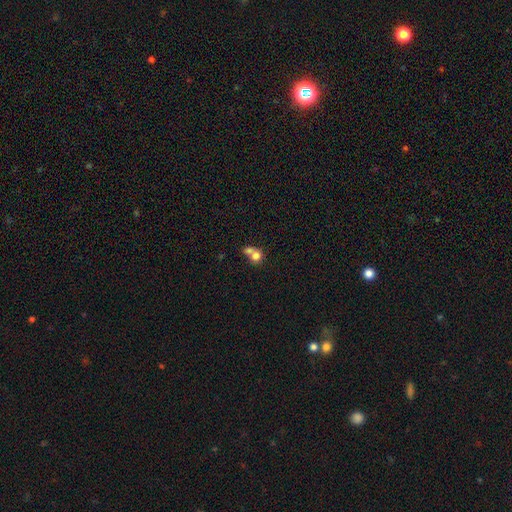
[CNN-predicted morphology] This is likely a smooth galaxy (75%). How rounded: likely round (75%). Merging: likely merger (65%).